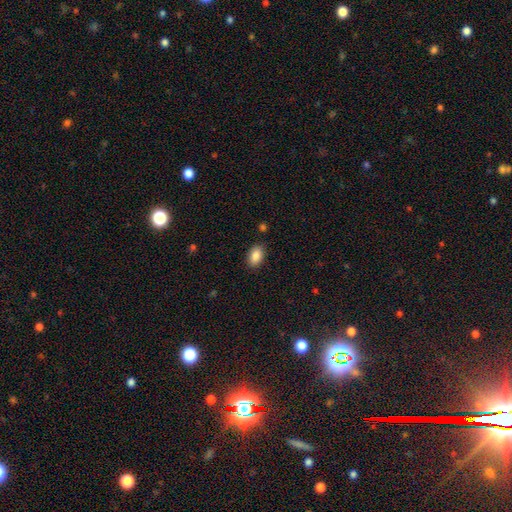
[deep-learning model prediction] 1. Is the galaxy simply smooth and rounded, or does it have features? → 87% smooth, 8% star or artifact, 5% featured or disk.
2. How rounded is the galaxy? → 90% in between, 9% round, 1% cigar-shaped.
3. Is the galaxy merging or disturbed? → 88% none, 9% minor disturbance, 2% major disturbance, 1% merger.